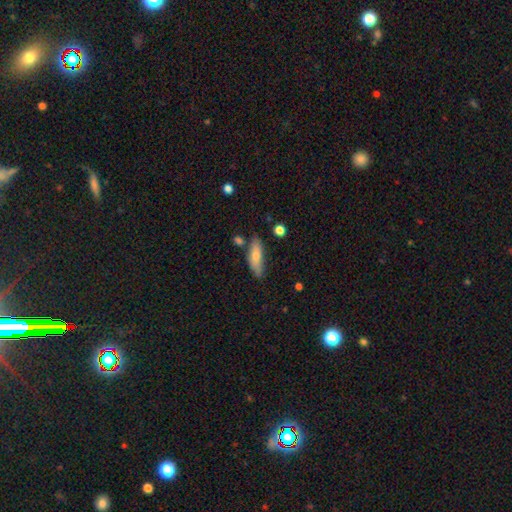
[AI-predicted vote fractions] Smooth or featured: smooth — 68% (featured or disk — 25%)
How rounded: cigar-shaped — 53% (in between — 45%)
Merging: none — 70% (minor disturbance — 21%)